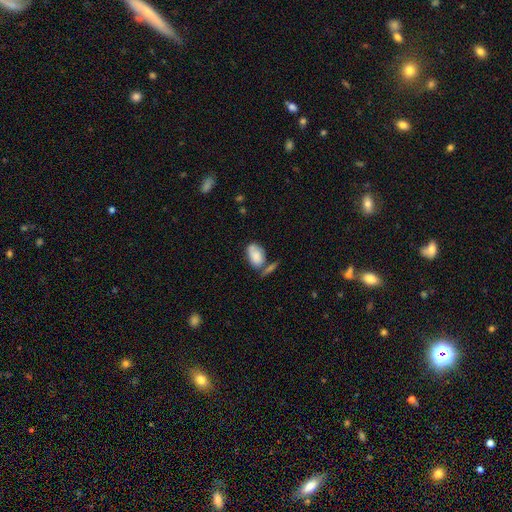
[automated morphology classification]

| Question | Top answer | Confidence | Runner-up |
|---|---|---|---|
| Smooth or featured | smooth | 81% | featured or disk (13%) |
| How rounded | in between | 91% | round (7%) |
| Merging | none | 40% | merger (27%) |